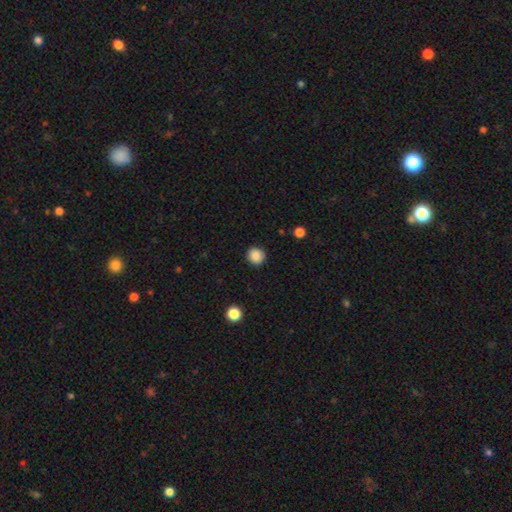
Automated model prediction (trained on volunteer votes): A smooth galaxy with no disk features (87%) that is round (92%). Merging: none (91%).